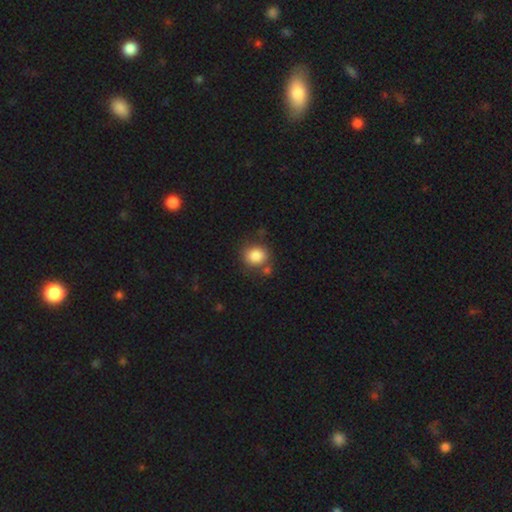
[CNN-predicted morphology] This appears to be a smooth galaxy with no disk features (85%) that is round (74%). Merging: none (74%).